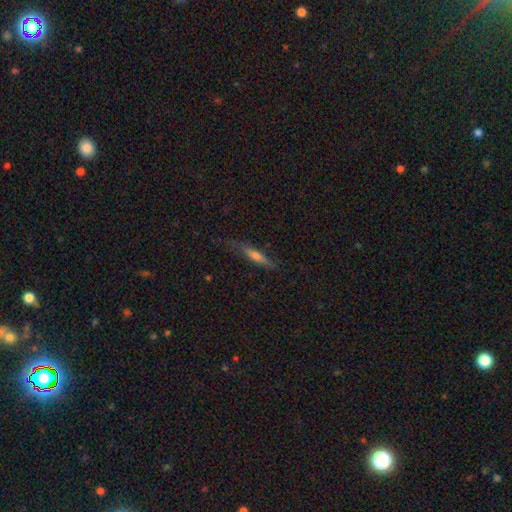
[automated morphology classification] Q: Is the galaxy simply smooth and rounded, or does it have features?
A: smooth — 53%.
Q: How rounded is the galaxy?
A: cigar-shaped — 84%.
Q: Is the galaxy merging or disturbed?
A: none — 71%.